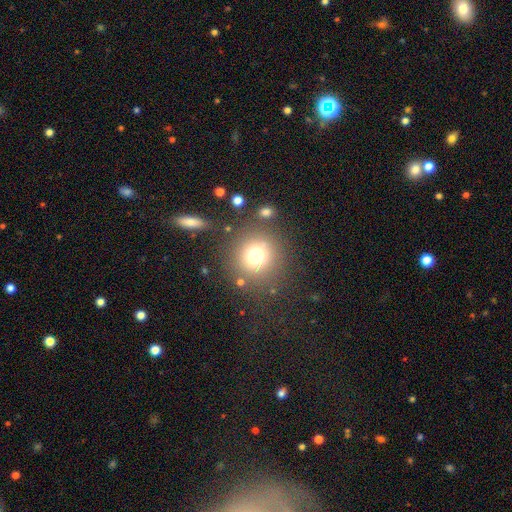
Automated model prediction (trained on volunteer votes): Morphology: type=smooth (73%); roundness=round (92%); merging=none (79%).